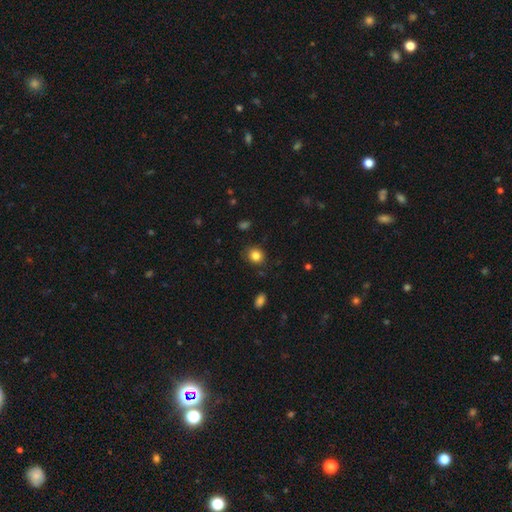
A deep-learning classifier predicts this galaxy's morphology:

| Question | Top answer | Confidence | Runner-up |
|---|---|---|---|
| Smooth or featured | smooth | 84% | star or artifact (11%) |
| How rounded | round | 74% | in between (25%) |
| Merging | none | 84% | minor disturbance (11%) |